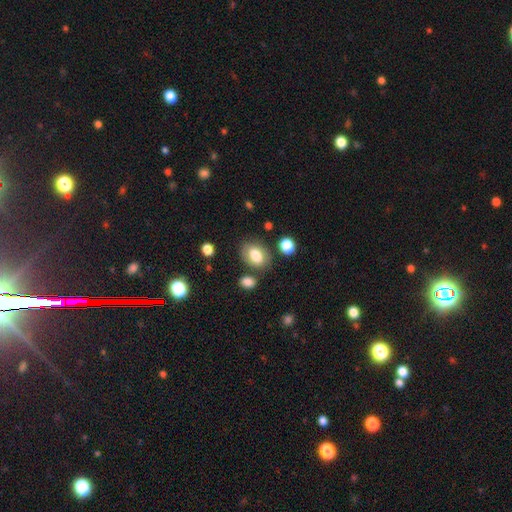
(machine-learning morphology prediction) A smooth galaxy with no disk features (76%) that is in between round and cigar-shaped (76%).

Vote fractions:
- Smooth or featured? smooth: 76% / featured or disk: 15% / star or artifact: 9%
- How rounded? in between: 76% / round: 23% / cigar-shaped: 1%
- Merging? none: 71% / minor disturbance: 15% / merger: 8% / major disturbance: 5%